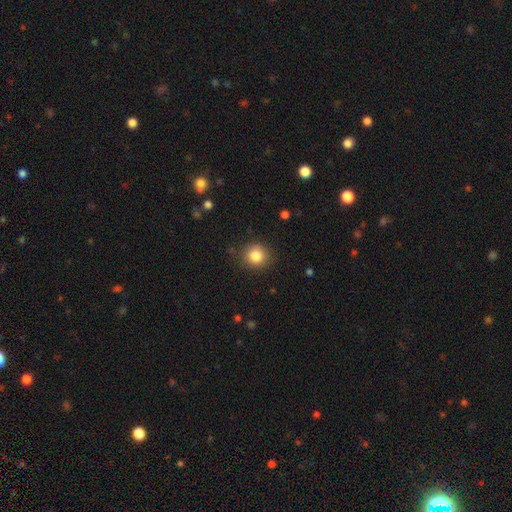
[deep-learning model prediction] smooth-or-featured: smooth: 84% | star or artifact: 10% | featured or disk: 6%
  how-rounded: round: 89% | in between: 11% | cigar-shaped: 1%
  merging: none: 87% | minor disturbance: 9% | major disturbance: 3% | merger: 1%